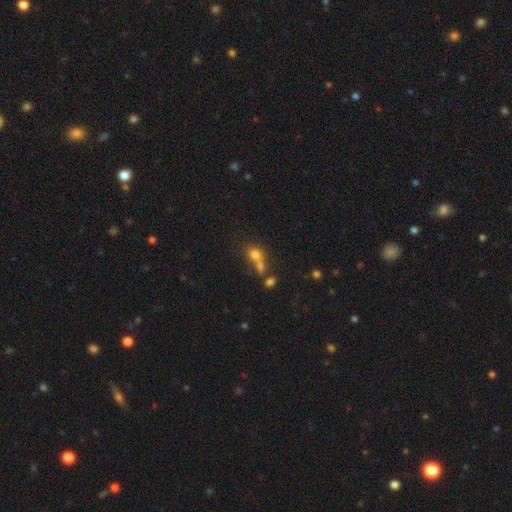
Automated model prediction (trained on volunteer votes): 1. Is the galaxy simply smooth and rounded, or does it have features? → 66% smooth, 19% star or artifact, 15% featured or disk.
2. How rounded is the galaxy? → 55% round, 40% in between, 6% cigar-shaped.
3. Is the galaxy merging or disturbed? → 46% merger, 35% none, 10% minor disturbance, 9% major disturbance.